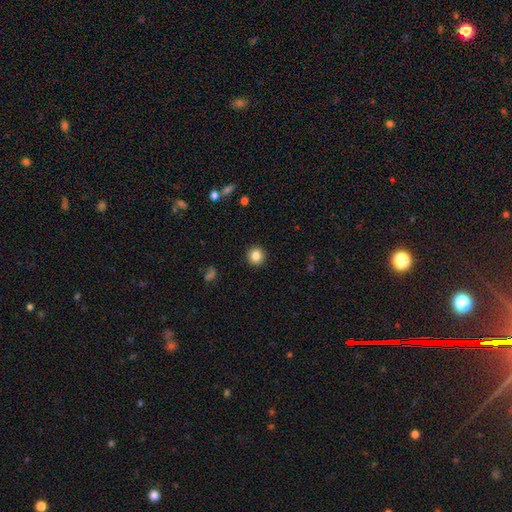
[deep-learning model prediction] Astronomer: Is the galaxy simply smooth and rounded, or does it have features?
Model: smooth — 84%.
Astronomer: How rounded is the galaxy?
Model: round — 93%.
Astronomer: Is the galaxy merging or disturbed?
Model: none — 92%.